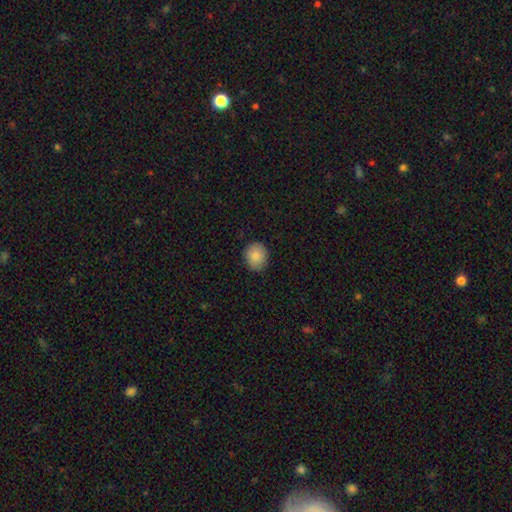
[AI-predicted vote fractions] Smooth or featured?
  - smooth: 86% *
  - star or artifact: 8%
  - featured or disk: 6%
How rounded?
  - round: 70% *
  - in between: 29%
  - cigar-shaped: 1%
Merging?
  - none: 85% *
  - minor disturbance: 12%
  - major disturbance: 2%
  - merger: 1%